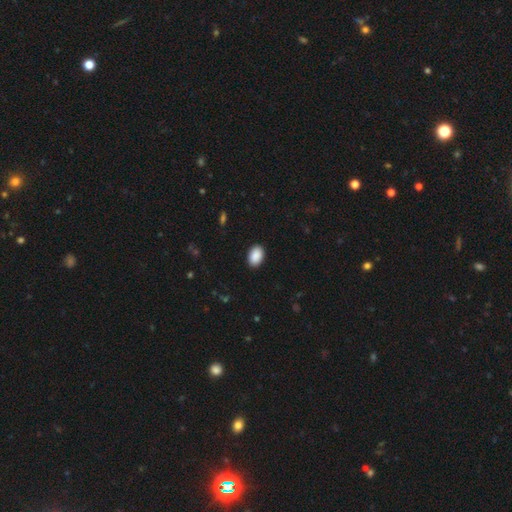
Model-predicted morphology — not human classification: Smooth or featured? smooth (91%)
How rounded? in between (87%)
Merging? none (90%)